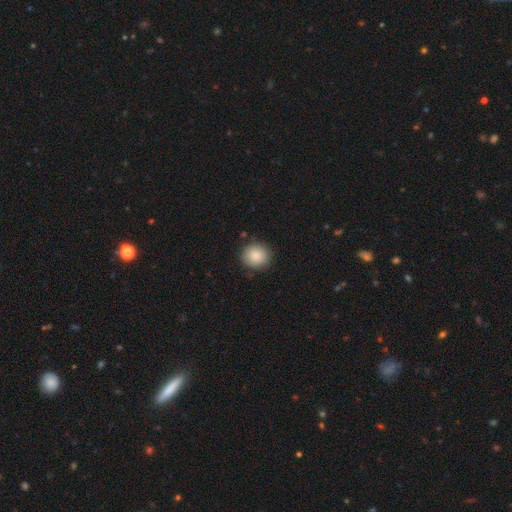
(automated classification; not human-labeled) smooth_or_featured: smooth (p=0.87) [alt: star or artifact p=0.08]
how_rounded: round (p=0.81) [alt: in between p=0.18]
merging: none (p=0.87) [alt: minor disturbance p=0.09]